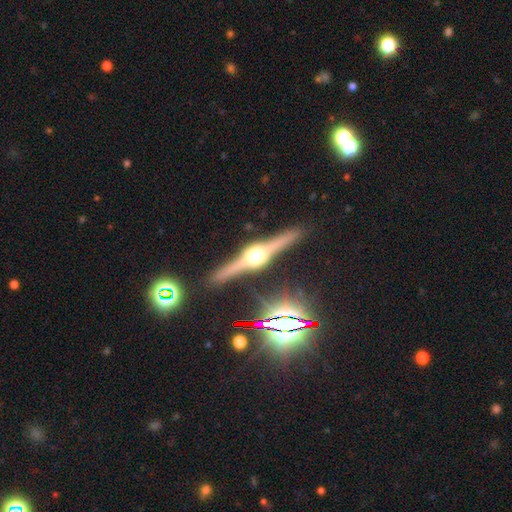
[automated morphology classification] This appears to be a featured or disk galaxy (84%) viewed edge-on (98%) with a rounded central bulge (91%). Merging: none (89%).